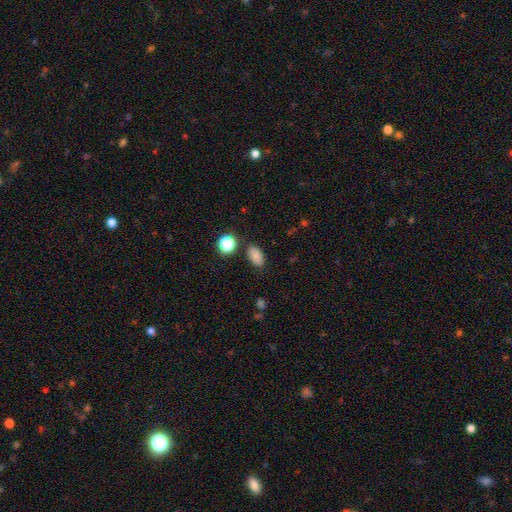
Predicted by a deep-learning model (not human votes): The model was most divided on "smooth or featured": smooth: 84%, star or artifact: 11%, featured or disk: 5%. More confident: how rounded — in between (90%); merging — none (84%).